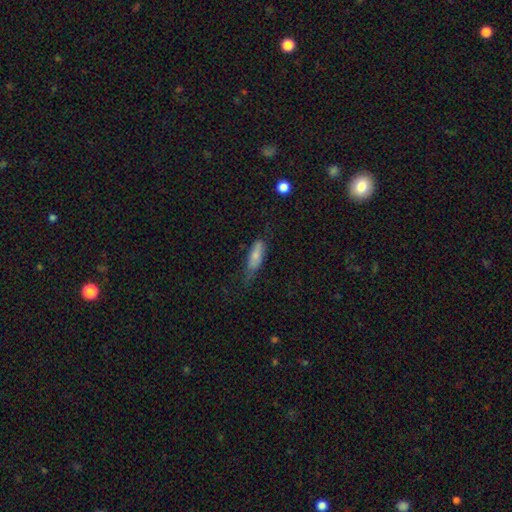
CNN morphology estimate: Q: Smooth or featured?
A: smooth (74%); runner-up: featured or disk (19%)
Q: How rounded?
A: in between (63%); runner-up: cigar-shaped (34%)
Q: Merging?
A: none (49%); runner-up: minor disturbance (35%)